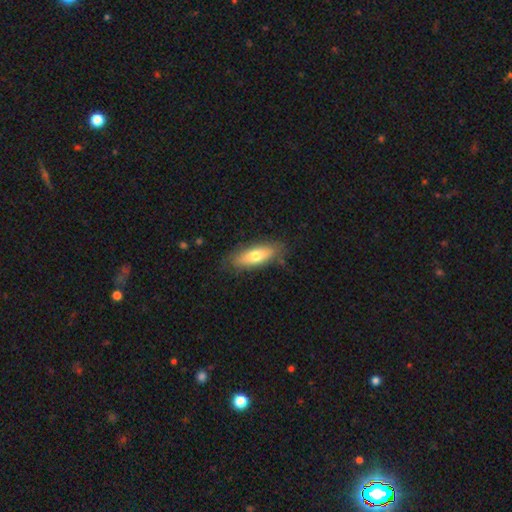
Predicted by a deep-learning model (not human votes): A smooth galaxy with no disk features (65%) that is in between round and cigar-shaped (62%). Merging: none (78%).